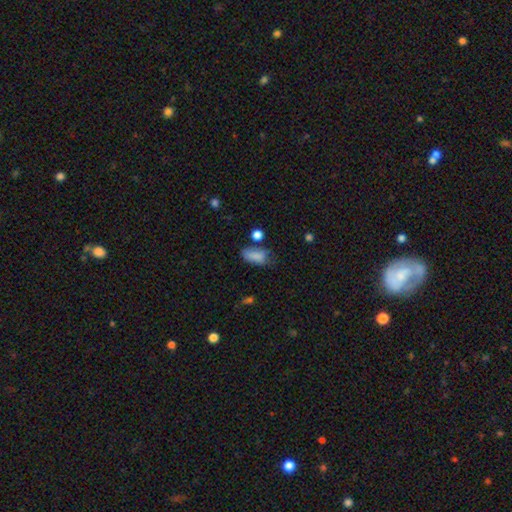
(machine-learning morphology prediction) smooth-or-featured: smooth: 81% | star or artifact: 10% | featured or disk: 9%
  how-rounded: in between: 86% | cigar-shaped: 8% | round: 6%
  merging: none: 47% | minor disturbance: 30% | major disturbance: 15% | merger: 8%